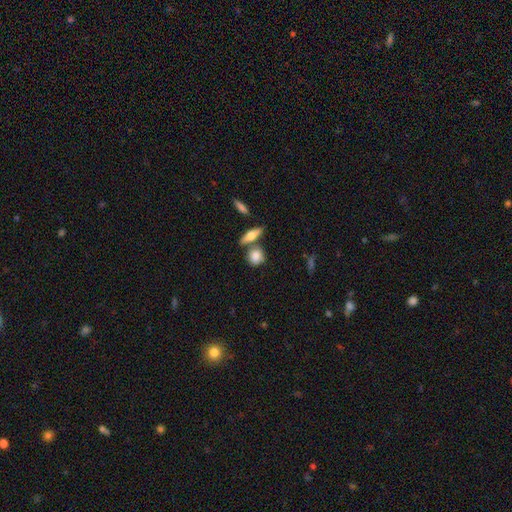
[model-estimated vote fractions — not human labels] The model was most divided on "how rounded": round: 62%, in between: 31%, cigar-shaped: 7%. More confident: smooth or featured — smooth (78%); merging — none (63%).